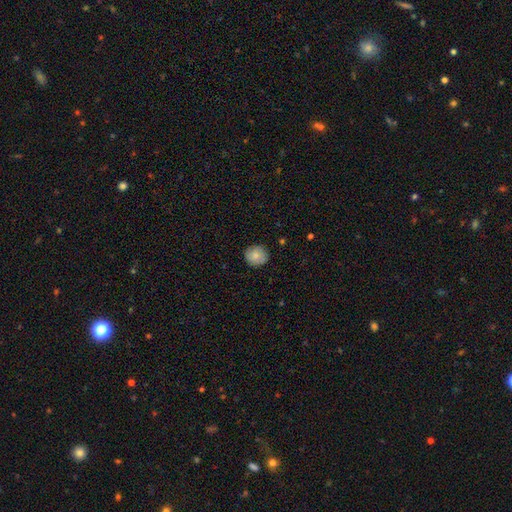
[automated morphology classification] smooth-or-featured: smooth: 82% | featured or disk: 11% | star or artifact: 8%
  how-rounded: round: 88% | in between: 11% | cigar-shaped: 1%
  merging: none: 86% | minor disturbance: 11% | major disturbance: 2% | merger: 1%